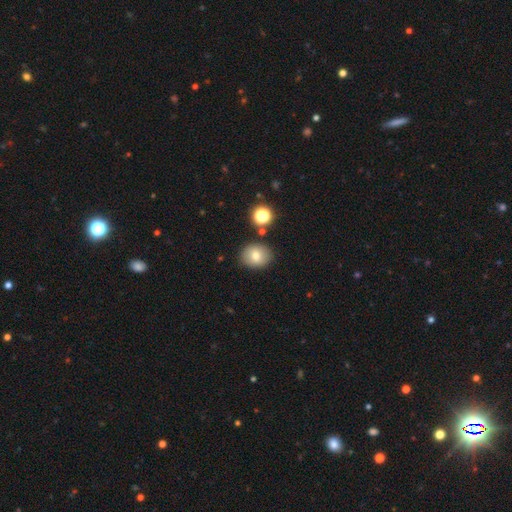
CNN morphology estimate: type=smooth (75%); roundness=round (61%); merging=none (84%).